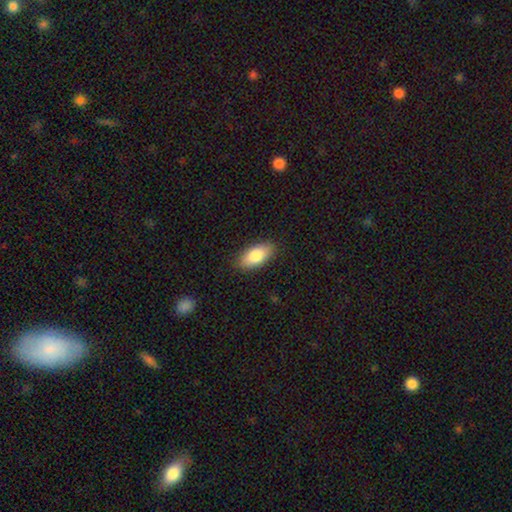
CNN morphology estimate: This is clearly a smooth galaxy (84%). How rounded: clearly in between (90%). Merging: clearly none (87%).